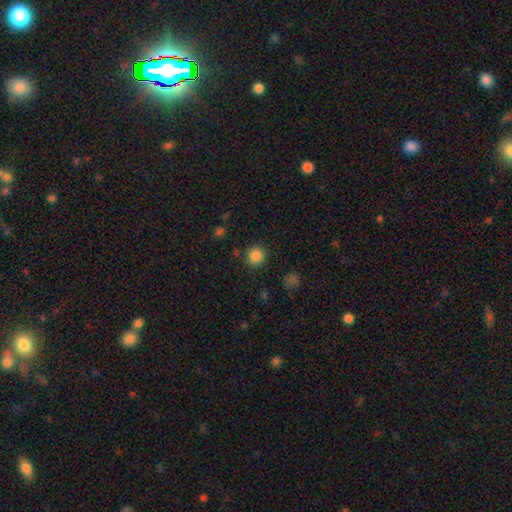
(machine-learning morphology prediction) Overall: smooth (85%). How rounded: round (93%). Merging: none (88%).